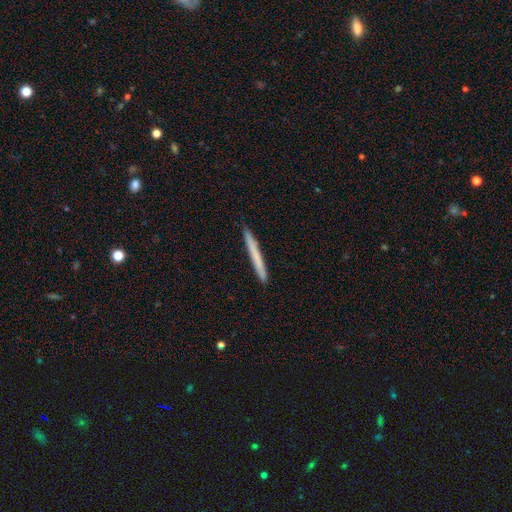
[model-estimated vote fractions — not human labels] This appears to be a smooth galaxy with no disk features (66%) that is cigar-shaped (97%). Merging: none (92%).